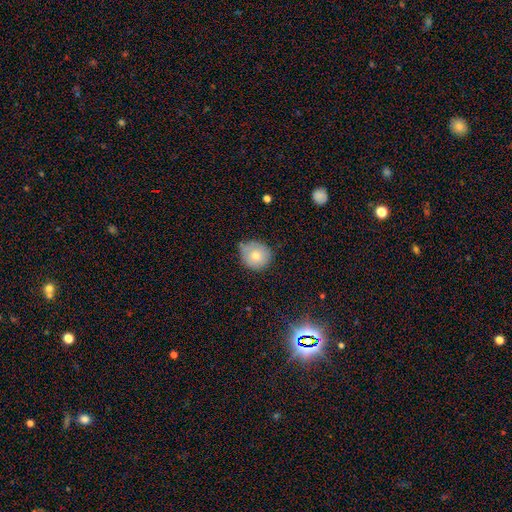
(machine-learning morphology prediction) type=smooth (75%); roundness=round (88%); merging=none (69%).